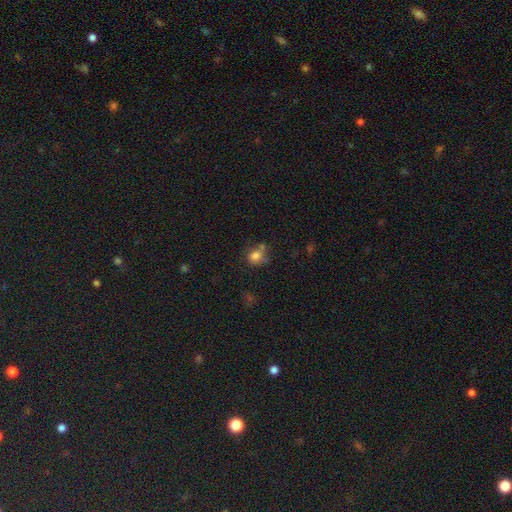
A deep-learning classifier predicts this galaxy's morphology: smooth 78%, star or artifact 12%, featured or disk 10%. Down the decision tree: how rounded — round (65%); merging — none (51%).